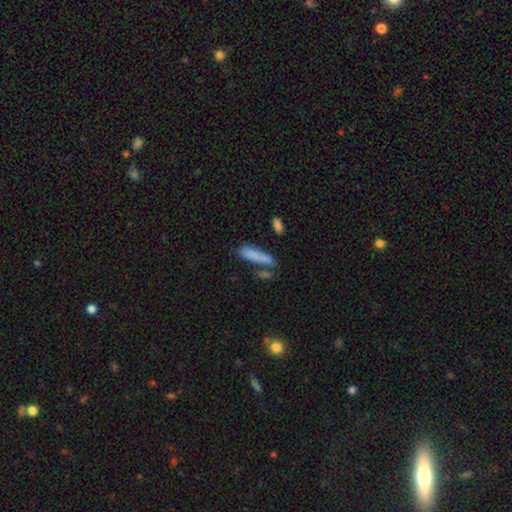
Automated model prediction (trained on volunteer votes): Smooth or featured? smooth (81%)
How rounded? cigar-shaped (77%)
Merging? none (60%)